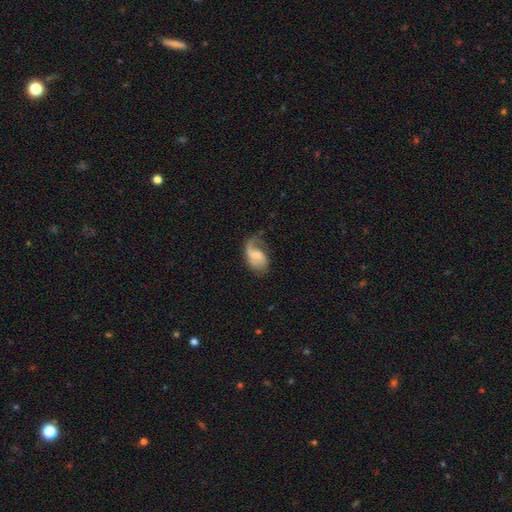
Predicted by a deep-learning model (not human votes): featured or disk 60%, smooth 33%, star or artifact 7%. Down the decision tree: edge-on disk — no (97%); bar — no (45%); spiral arms — yes (89%); spiral arm count — 1 (47%); spiral winding — loose (53%); bulge size — none (32%); merging — none (43%).